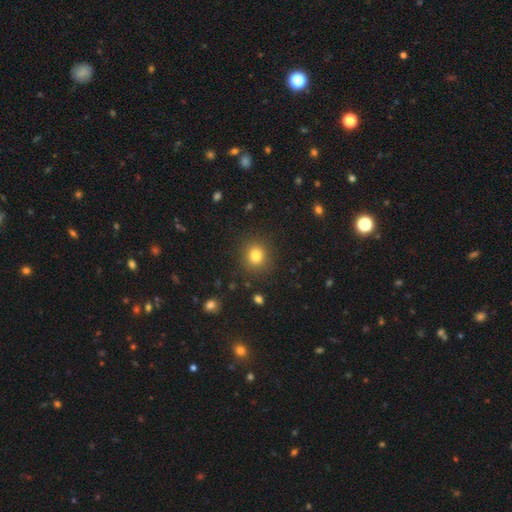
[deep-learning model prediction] Q: Smooth or featured?
A: smooth (82%); runner-up: star or artifact (12%)
Q: How rounded?
A: round (87%); runner-up: in between (13%)
Q: Merging?
A: none (88%); runner-up: minor disturbance (7%)